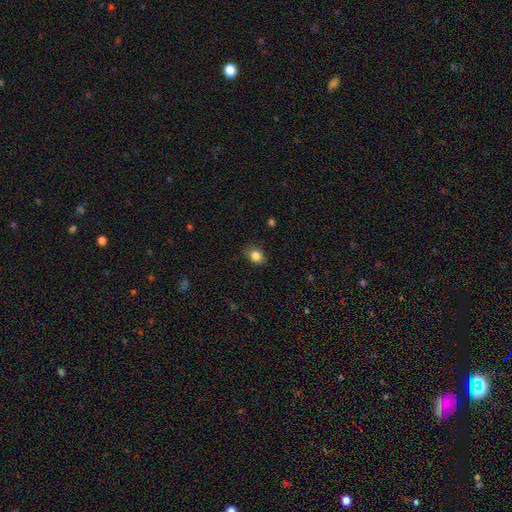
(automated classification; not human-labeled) Smooth or featured? smooth (84%)
How rounded? in between (62%)
Merging? none (82%)